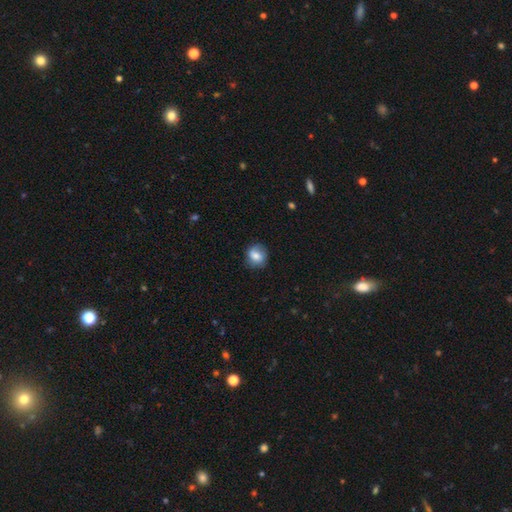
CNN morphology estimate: Smooth or featured? smooth (72%)
How rounded? round (75%)
Merging? none (78%)